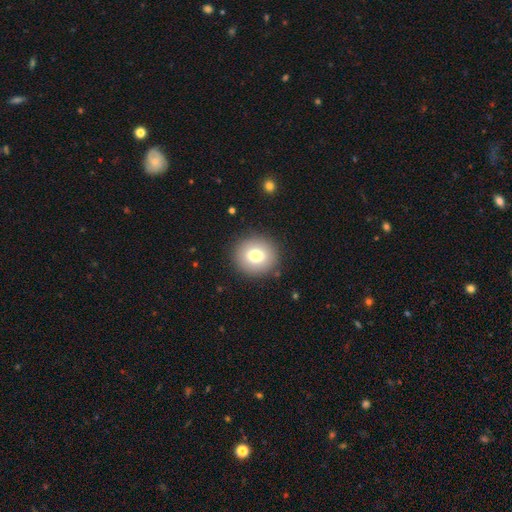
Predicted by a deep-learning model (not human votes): smooth 74%, featured or disk 15%, star or artifact 11%. Down the decision tree: how rounded — round (90%); merging — none (90%).